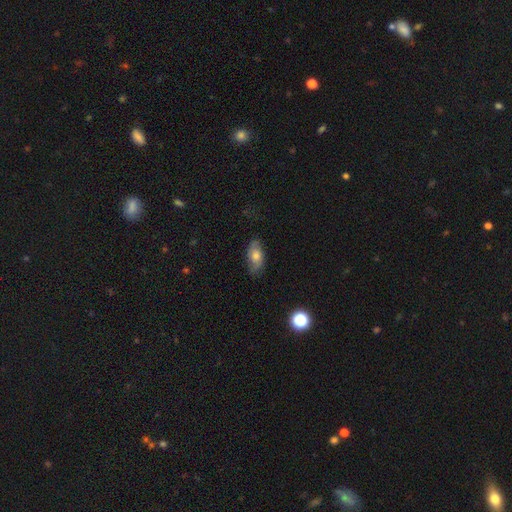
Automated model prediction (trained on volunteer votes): Smooth or featured: smooth — 61% (featured or disk — 31%)
How rounded: in between — 89% (cigar-shaped — 6%)
Merging: none — 74% (minor disturbance — 20%)